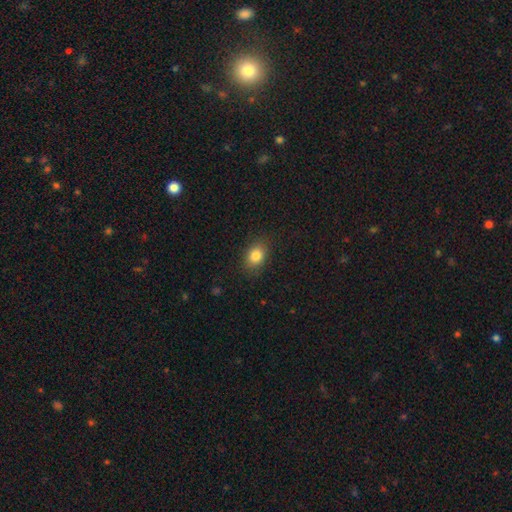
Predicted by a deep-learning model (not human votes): This appears to be a smooth galaxy with no disk features (83%) that is in between round and cigar-shaped (68%). Merging: none (85%).